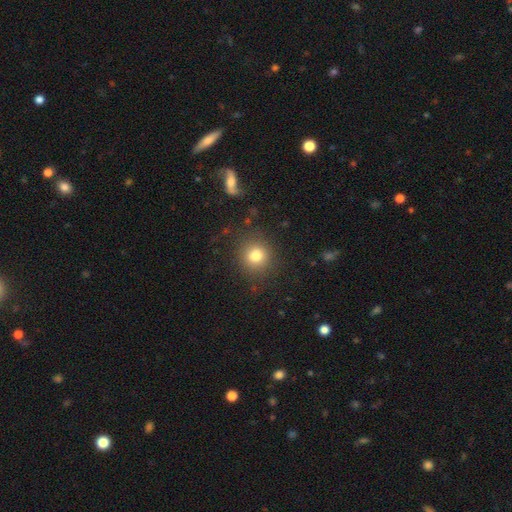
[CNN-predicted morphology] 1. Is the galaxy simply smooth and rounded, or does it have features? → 80% smooth, 12% star or artifact, 8% featured or disk.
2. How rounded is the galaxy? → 87% round, 12% in between, 1% cigar-shaped.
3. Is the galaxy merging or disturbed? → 85% none, 9% minor disturbance, 4% major disturbance, 2% merger.